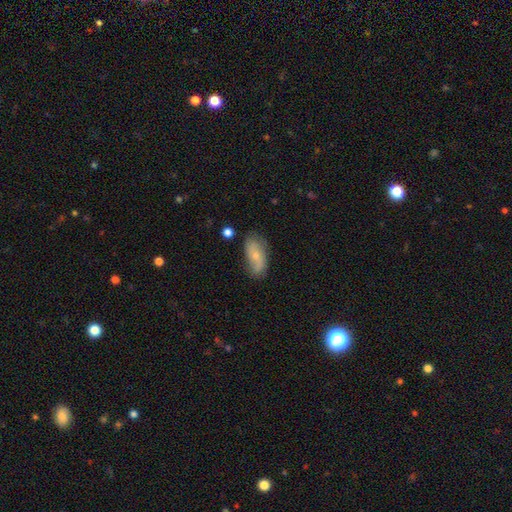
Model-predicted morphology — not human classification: A smooth galaxy with no disk features (54%) that is in between round and cigar-shaped (86%).

Vote fractions:
- Smooth or featured? smooth: 54% / featured or disk: 39% / star or artifact: 7%
- How rounded? in between: 86% / cigar-shaped: 10% / round: 4%
- Merging? none: 67% / minor disturbance: 24% / major disturbance: 6% / merger: 3%